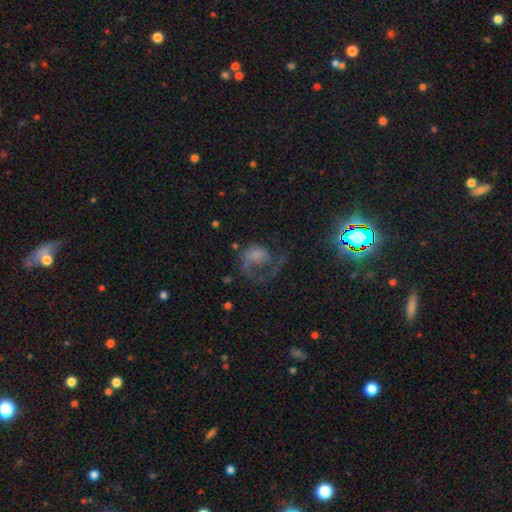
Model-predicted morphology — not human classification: Smooth or featured? featured or disk (43%, tied with smooth)
Merging? major disturbance (56%)